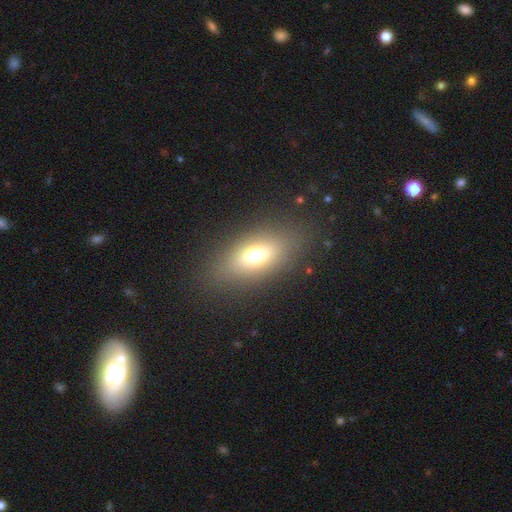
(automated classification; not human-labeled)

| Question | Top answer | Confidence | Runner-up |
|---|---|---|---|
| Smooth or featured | smooth | 67% | featured or disk (19%) |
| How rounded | in between | 78% | round (14%) |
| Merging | none | 81% | minor disturbance (11%) |